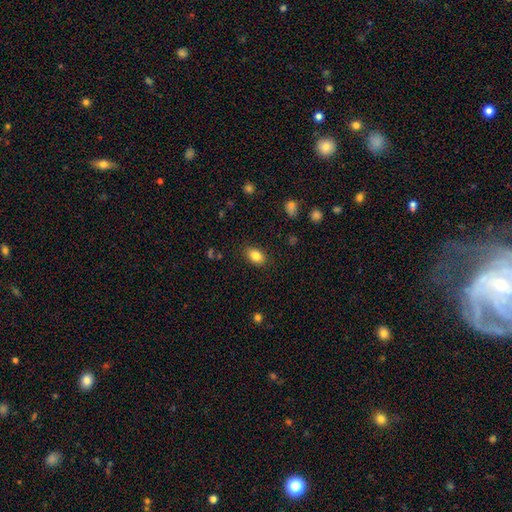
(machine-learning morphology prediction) Overall: smooth (84%). How rounded: in between (85%). Merging: none (86%).